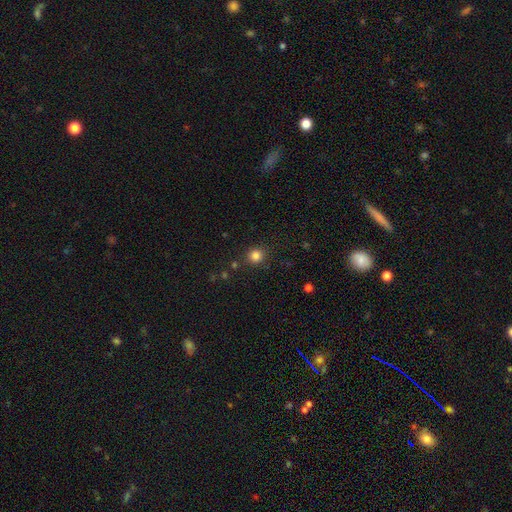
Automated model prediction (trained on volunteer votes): A smooth galaxy with no disk features (83%) that is round (90%).

Vote fractions:
- Smooth or featured? smooth: 83% / star or artifact: 13% / featured or disk: 4%
- How rounded? round: 90% / in between: 9% / cigar-shaped: 1%
- Merging? none: 87% / minor disturbance: 8% / merger: 3% / major disturbance: 3%